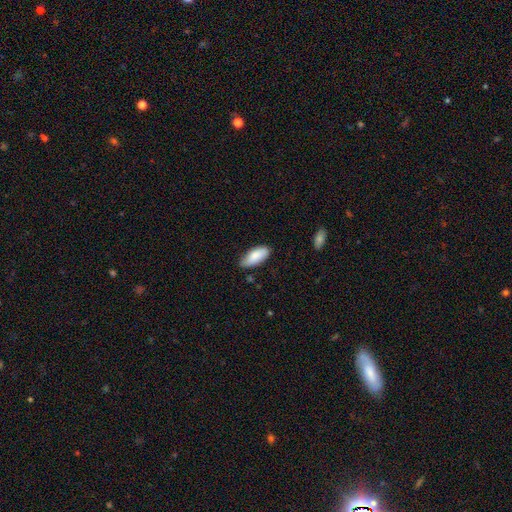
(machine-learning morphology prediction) Smooth or featured?
  - smooth: 85% *
  - featured or disk: 9%
  - star or artifact: 6%
How rounded?
  - in between: 85% *
  - cigar-shaped: 13%
  - round: 2%
Merging?
  - none: 74% *
  - minor disturbance: 21%
  - major disturbance: 3%
  - merger: 2%